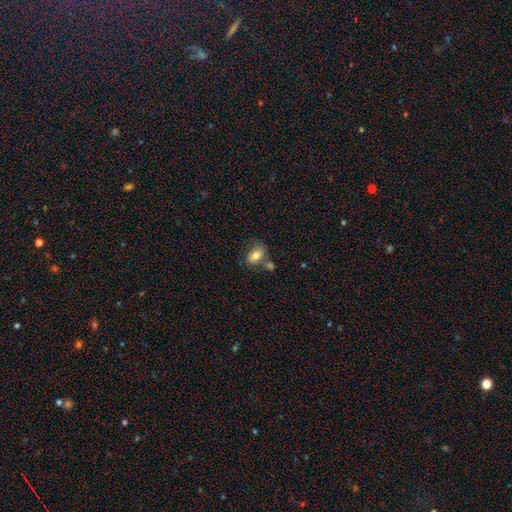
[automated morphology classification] Smooth or featured? smooth (78%)
How rounded? in between (85%)
Merging? none (56%)